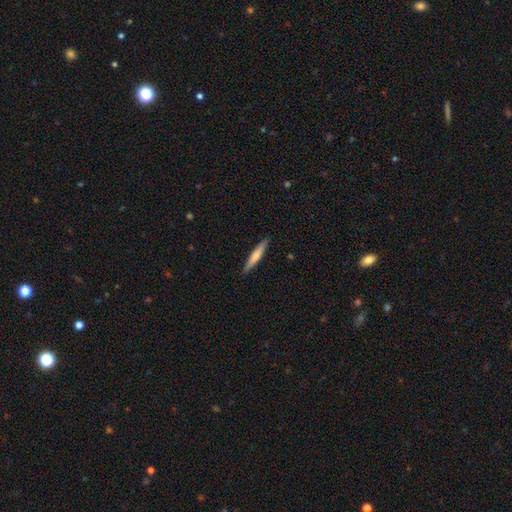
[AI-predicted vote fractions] This is likely a smooth galaxy (65%). How rounded: clearly cigar-shaped (92%). Merging: clearly none (90%).